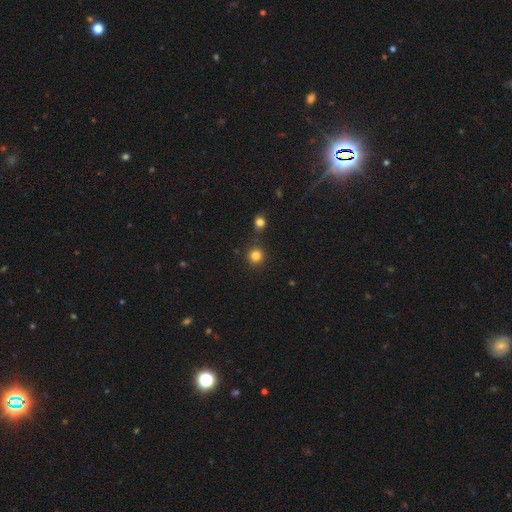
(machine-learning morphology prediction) Smooth or featured: smooth — 82% (star or artifact — 13%)
How rounded: round — 93% (in between — 6%)
Merging: none — 86% (minor disturbance — 6%)